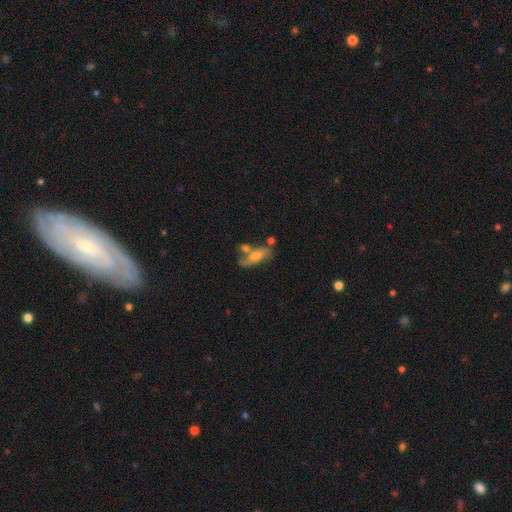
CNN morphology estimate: The model was most divided on "merging": none: 45%, merger: 25%, minor disturbance: 20%, major disturbance: 10%. More confident: how rounded — in between (68%); smooth or featured — smooth (63%).